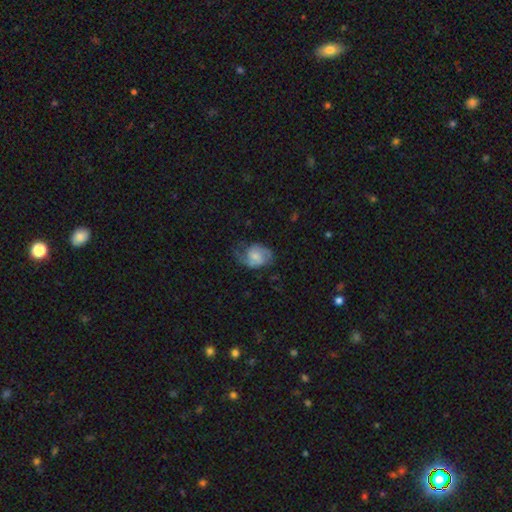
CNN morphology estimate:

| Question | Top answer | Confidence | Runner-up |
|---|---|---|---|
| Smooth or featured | featured or disk | 62% | smooth (31%) |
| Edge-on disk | no | 97% | yes (3%) |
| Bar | no | 56% | weak (37%) |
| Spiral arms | yes | 90% | no (10%) |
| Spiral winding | medium | 47% | loose (27%) |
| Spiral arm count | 2 | 78% | can't tell (10%) |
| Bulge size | small | 43% | moderate (35%) |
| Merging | none | 53% | minor disturbance (27%) |